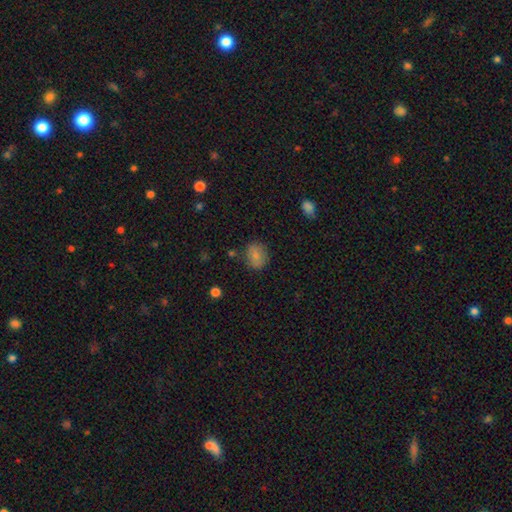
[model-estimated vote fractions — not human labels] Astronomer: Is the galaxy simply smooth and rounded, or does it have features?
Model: smooth — 79%.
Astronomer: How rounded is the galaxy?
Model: round — 55% (runner-up: in between, 43%).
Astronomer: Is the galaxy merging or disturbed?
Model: none — 78%.